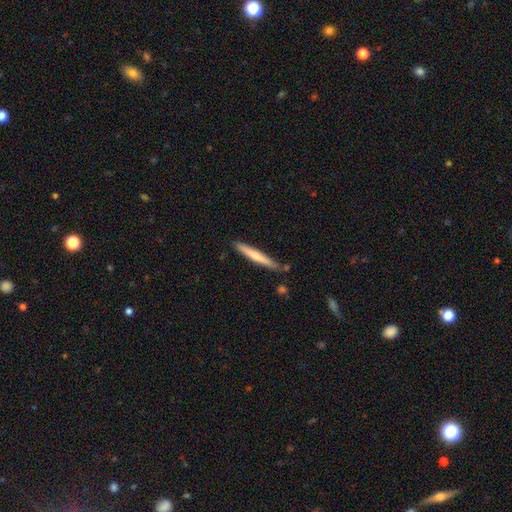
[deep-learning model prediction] A smooth galaxy with no disk features (63%) that is cigar-shaped (96%). Merging: none (81%).